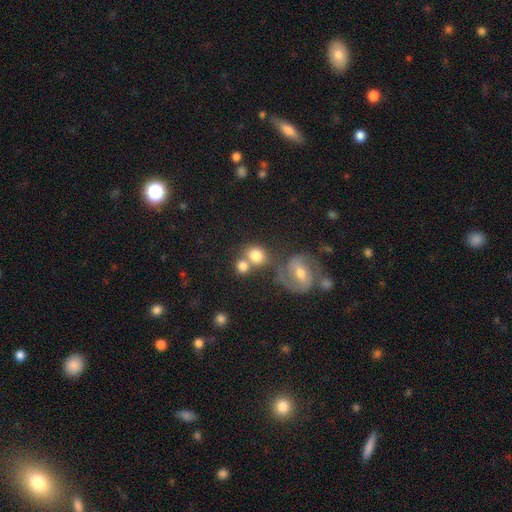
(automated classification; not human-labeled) Smooth or featured? smooth (70%)
How rounded? round (72%)
Merging? none (42%)